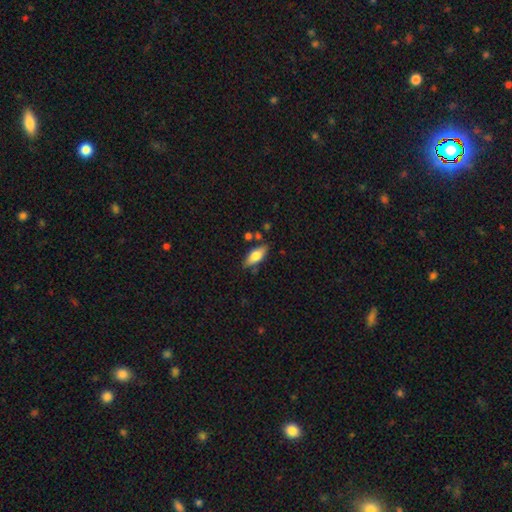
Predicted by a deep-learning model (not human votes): Q: Smooth or featured?
A: smooth (70%); runner-up: featured or disk (23%)
Q: How rounded?
A: in between (79%); runner-up: cigar-shaped (18%)
Q: Merging?
A: none (77%); runner-up: minor disturbance (14%)